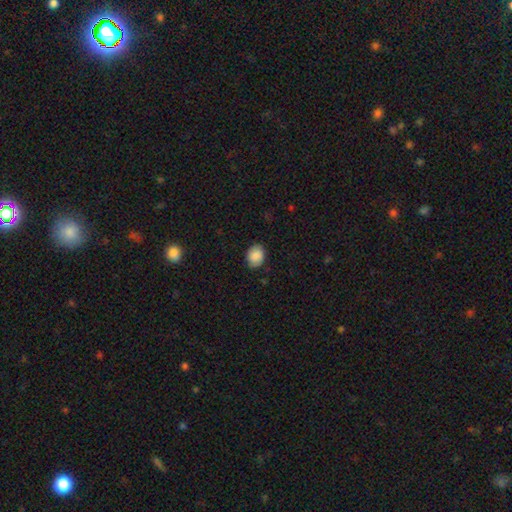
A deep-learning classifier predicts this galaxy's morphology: The model was most divided on "how rounded": in between: 56%, round: 43%, cigar-shaped: 1%. More confident: smooth or featured — smooth (88%); merging — none (85%).